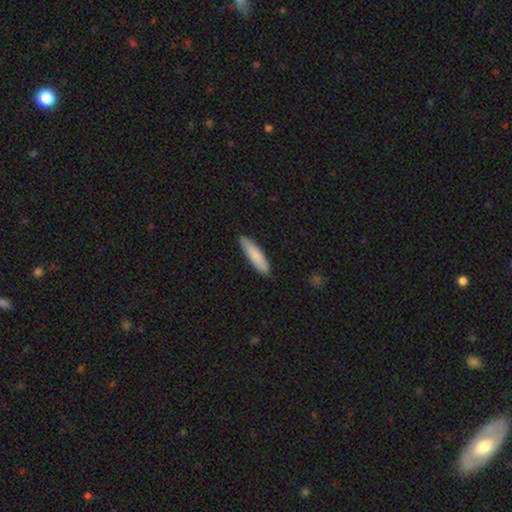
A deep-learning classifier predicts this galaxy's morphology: type=smooth (83%); roundness=cigar-shaped (78%); merging=none (89%).